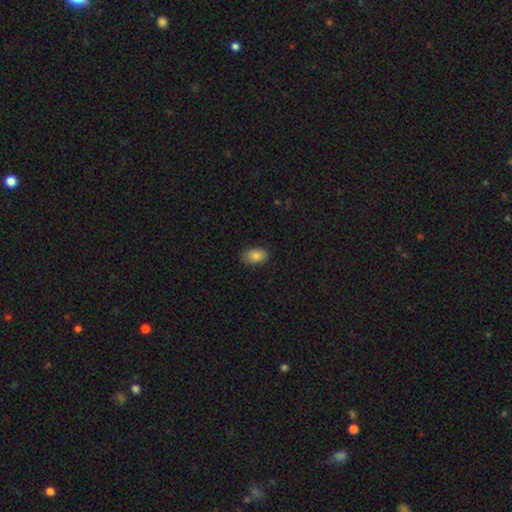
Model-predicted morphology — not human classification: This appears to be a smooth galaxy with no disk features (84%) that is in between round and cigar-shaped (89%). Merging: none (84%).